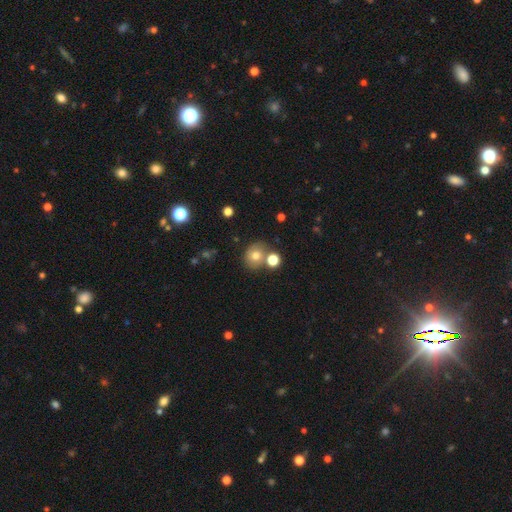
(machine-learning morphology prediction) type=smooth (75%); roundness=round (76%); merging=none (63%).